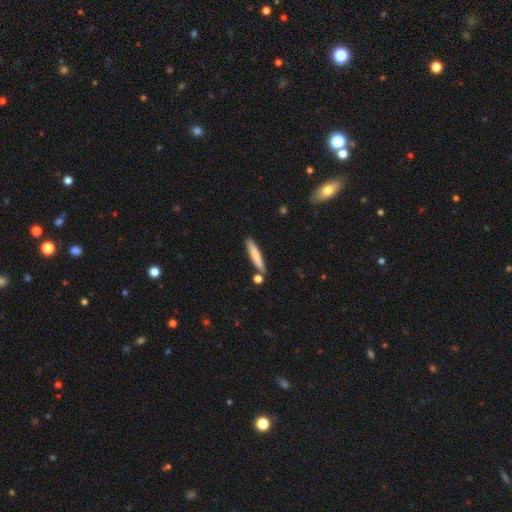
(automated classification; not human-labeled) Q: Smooth or featured?
A: smooth (75%); runner-up: featured or disk (20%)
Q: How rounded?
A: cigar-shaped (92%); runner-up: in between (7%)
Q: Merging?
A: none (78%); runner-up: minor disturbance (11%)